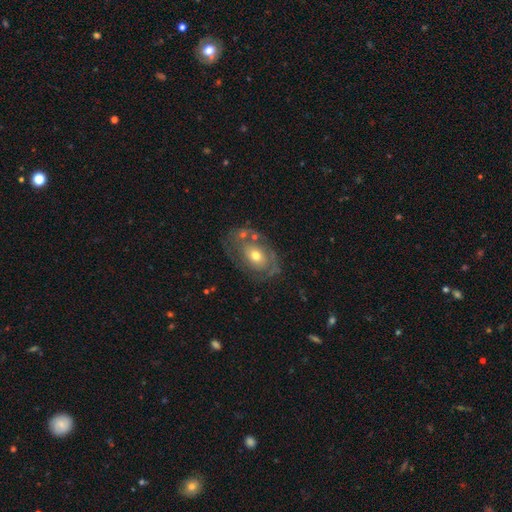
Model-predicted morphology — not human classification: Smooth or featured? featured or disk (60%)
Edge-on disk? no (94%)
Bar? no (83%)
Spiral arms? yes (52%)
Bulge size? moderate (67%)
Merging? none (59%)